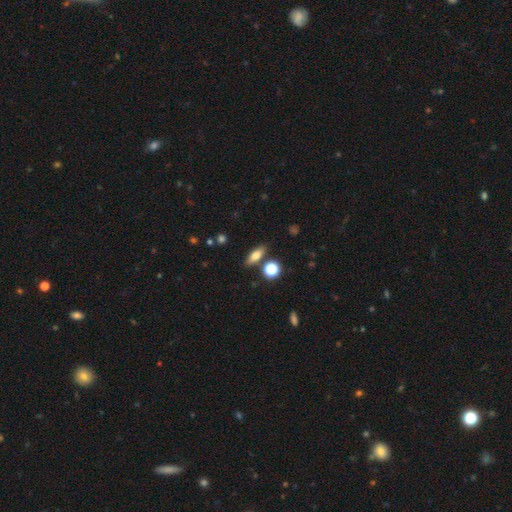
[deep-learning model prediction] This appears to be a smooth galaxy with no disk features (70%) that is in between round and cigar-shaped (65%). Merging: none (80%).